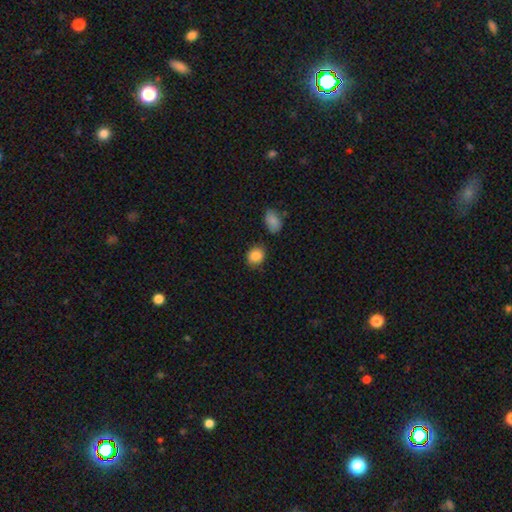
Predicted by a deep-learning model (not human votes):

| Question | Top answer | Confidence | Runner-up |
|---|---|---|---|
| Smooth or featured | smooth | 87% | star or artifact (9%) |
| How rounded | round | 62% | in between (37%) |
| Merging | none | 78% | minor disturbance (14%) |